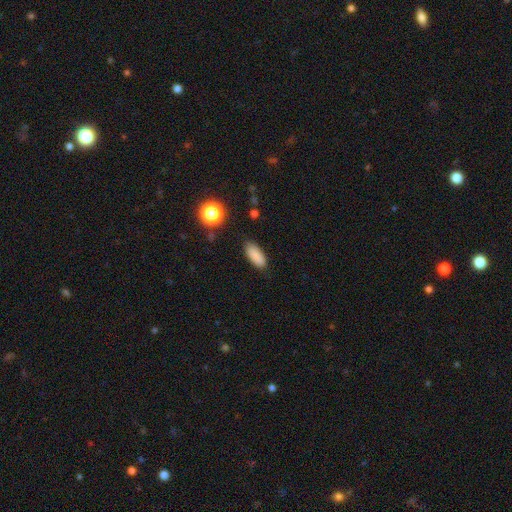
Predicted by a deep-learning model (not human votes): Morphology: type=smooth (86%); roundness=in between (83%); merging=none (86%).